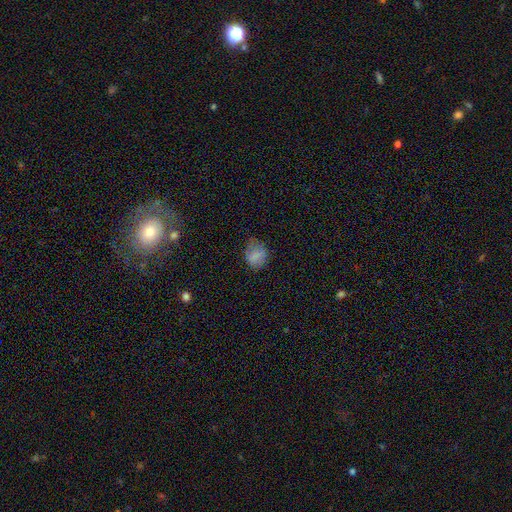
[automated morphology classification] Smooth or featured: smooth — 78% (featured or disk — 11%)
How rounded: round — 60% (in between — 39%)
Merging: none — 57% (minor disturbance — 31%)